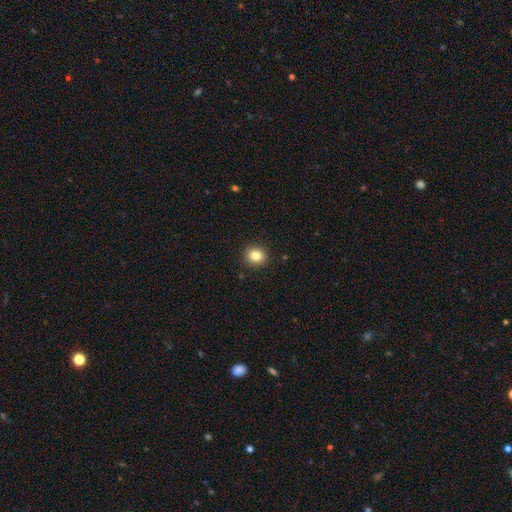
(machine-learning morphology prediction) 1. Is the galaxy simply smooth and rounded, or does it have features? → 84% smooth, 11% star or artifact, 6% featured or disk.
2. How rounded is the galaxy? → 82% round, 17% in between, 1% cigar-shaped.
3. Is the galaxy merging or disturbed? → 91% none, 6% minor disturbance, 2% major disturbance, 1% merger.